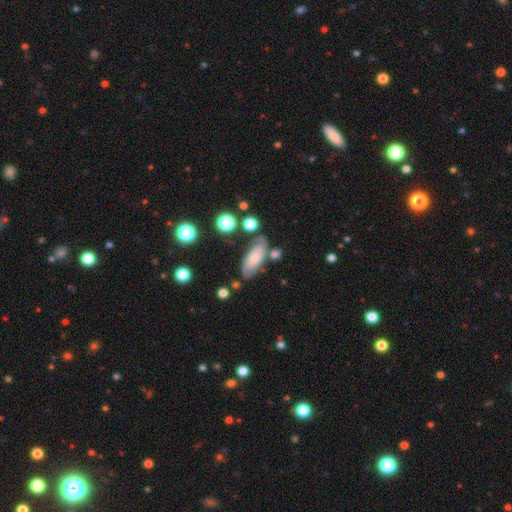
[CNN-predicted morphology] This appears to be a smooth galaxy with no disk features (57%) that is in between round and cigar-shaped (79%). Merging: none (63%).